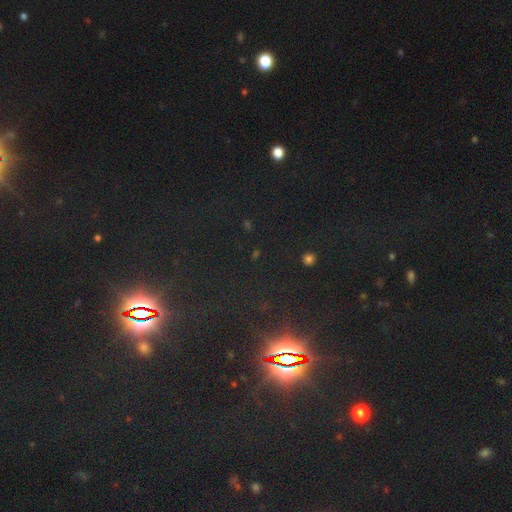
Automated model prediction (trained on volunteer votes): Smooth or featured? Predicted: star or artifact (p=0.80).